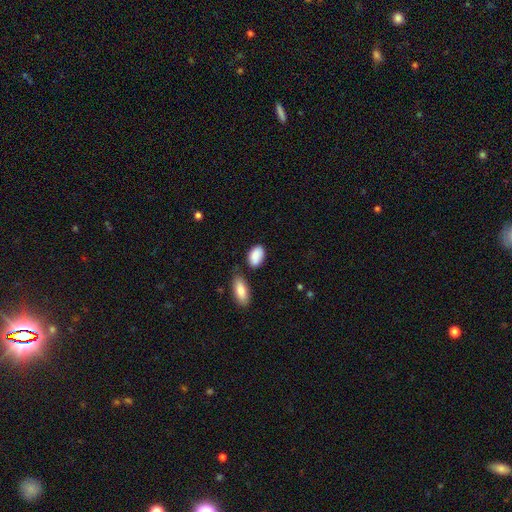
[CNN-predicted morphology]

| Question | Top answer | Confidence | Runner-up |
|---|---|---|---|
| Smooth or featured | smooth | 87% | featured or disk (7%) |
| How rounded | in between | 92% | round (6%) |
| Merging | none | 66% | minor disturbance (21%) |